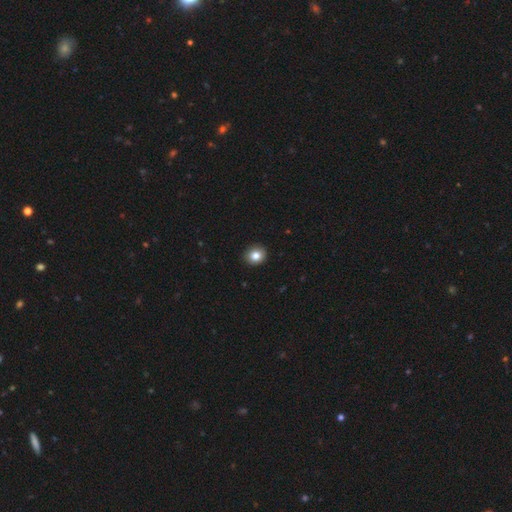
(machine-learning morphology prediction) This is clearly a smooth galaxy (83%). How rounded: likely round (76%). Merging: clearly none (91%).